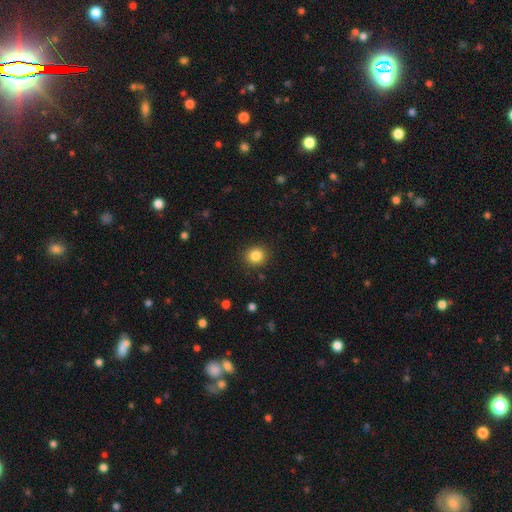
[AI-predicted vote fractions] Smooth or featured? smooth (85%)
How rounded? round (75%)
Merging? none (89%)